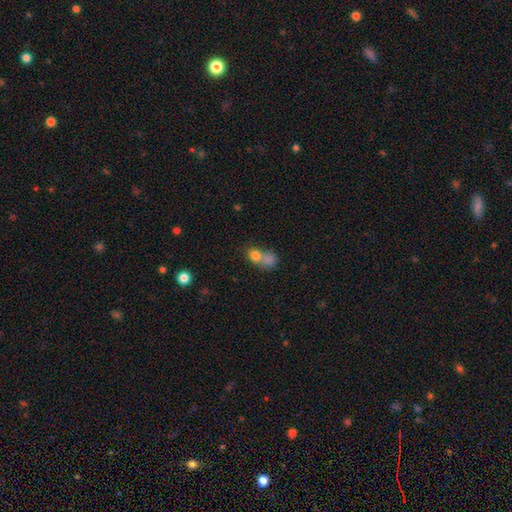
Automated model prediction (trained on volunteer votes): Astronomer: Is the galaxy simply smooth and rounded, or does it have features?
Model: smooth — 77%.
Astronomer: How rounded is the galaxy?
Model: round — 60% (runner-up: in between, 38%).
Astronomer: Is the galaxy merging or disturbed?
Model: merger — 63%.